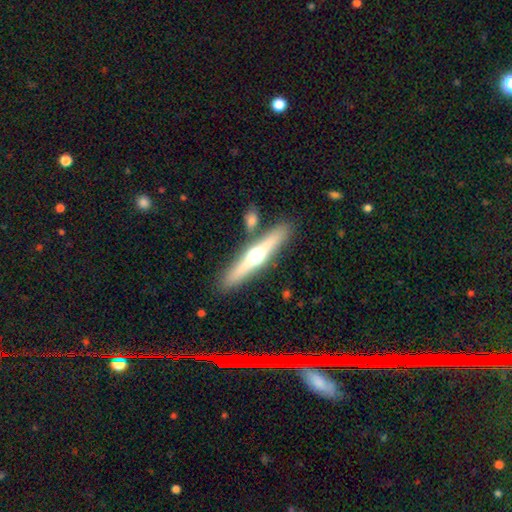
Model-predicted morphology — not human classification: The model was most divided on "smooth or featured": featured or disk: 65%, smooth: 29%, star or artifact: 6%. More confident: edge-on bulge — rounded (95%); edge-on disk — yes (95%); merging — none (81%).